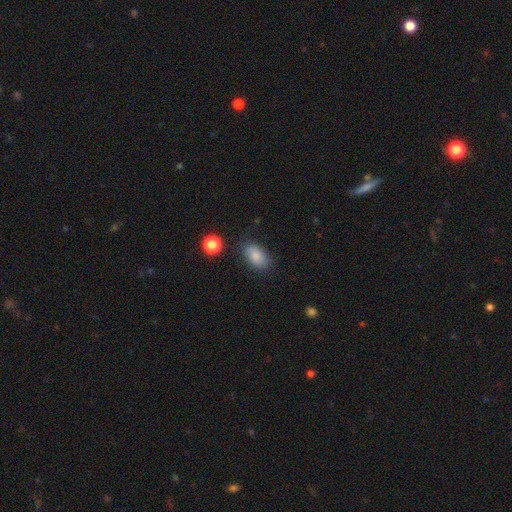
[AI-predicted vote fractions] Smooth or featured? smooth (82%)
How rounded? in between (90%)
Merging? none (78%)